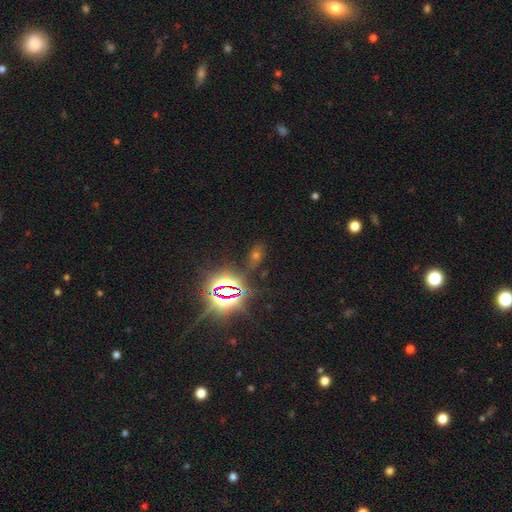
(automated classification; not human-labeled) smooth_or_featured: star or artifact (p=0.62) [alt: smooth p=0.25]